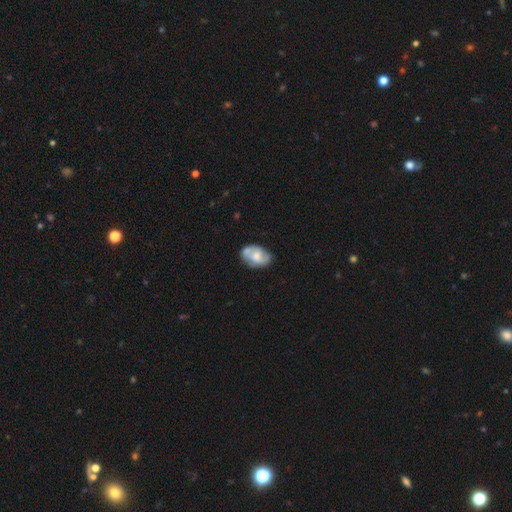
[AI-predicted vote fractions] Smooth or featured? featured or disk (51%)
Edge-on disk? no (96%)
Merging? none (54%)